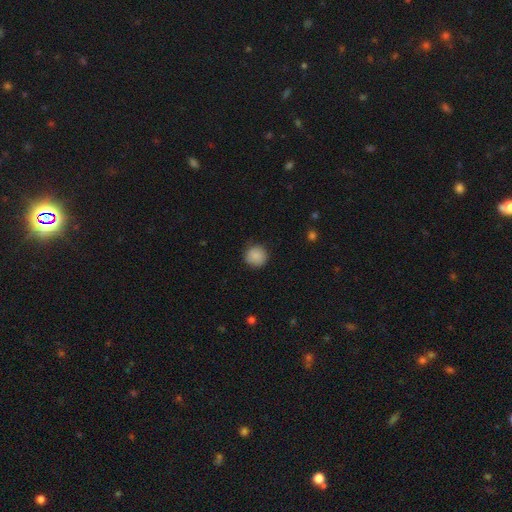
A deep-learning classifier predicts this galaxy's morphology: This is clearly a smooth galaxy (88%). How rounded: clearly round (93%). Merging: clearly none (87%).